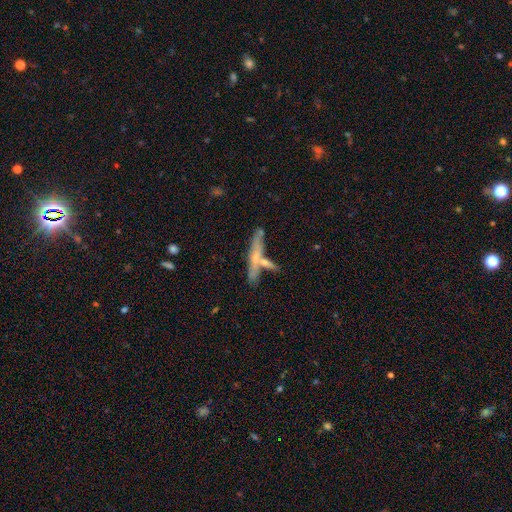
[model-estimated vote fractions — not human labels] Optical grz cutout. It shows a featured or disk galaxy (48%). Merging: none (62%).